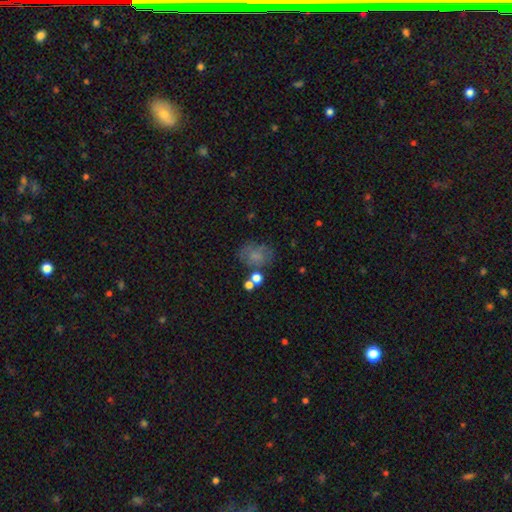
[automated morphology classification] smooth 64%, featured or disk 21%, star or artifact 14%. Down the decision tree: how rounded — in between (54%); merging — none (52%).